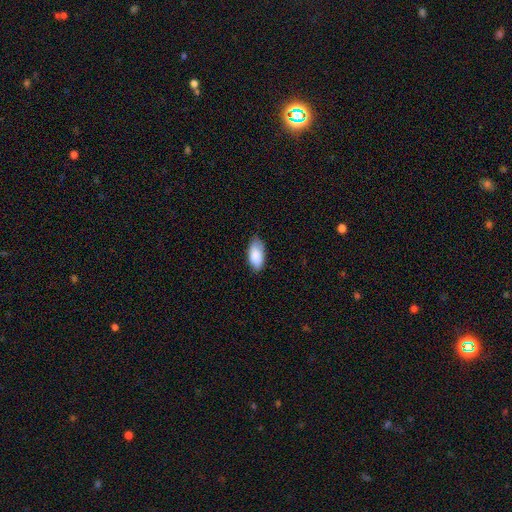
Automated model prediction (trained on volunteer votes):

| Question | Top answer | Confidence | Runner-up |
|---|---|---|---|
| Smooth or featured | smooth | 88% | star or artifact (6%) |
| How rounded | in between | 93% | cigar-shaped (4%) |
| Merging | none | 74% | minor disturbance (22%) |